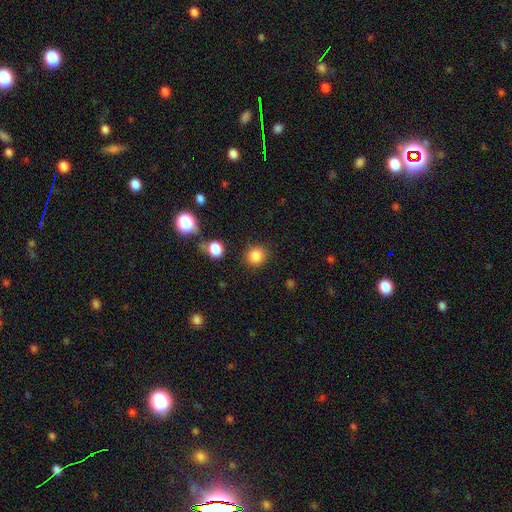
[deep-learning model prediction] A smooth galaxy with no disk features (85%) that is round (88%).

Vote fractions:
- Smooth or featured? smooth: 85% / star or artifact: 11% / featured or disk: 4%
- How rounded? round: 88% / in between: 11% / cigar-shaped: 1%
- Merging? none: 86% / minor disturbance: 8% / major disturbance: 3% / merger: 3%